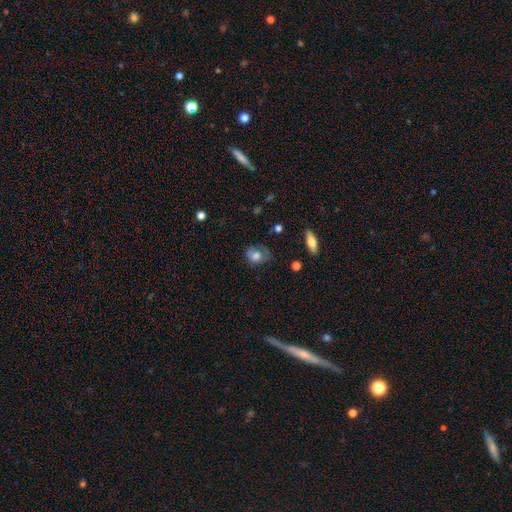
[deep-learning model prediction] A smooth galaxy with no disk features (68%) that is in between round and cigar-shaped (59%).

Vote fractions:
- Smooth or featured? smooth: 68% / featured or disk: 23% / star or artifact: 9%
- How rounded? in between: 59% / round: 40% / cigar-shaped: 1%
- Merging? none: 48% / minor disturbance: 31% / major disturbance: 18% / merger: 2%